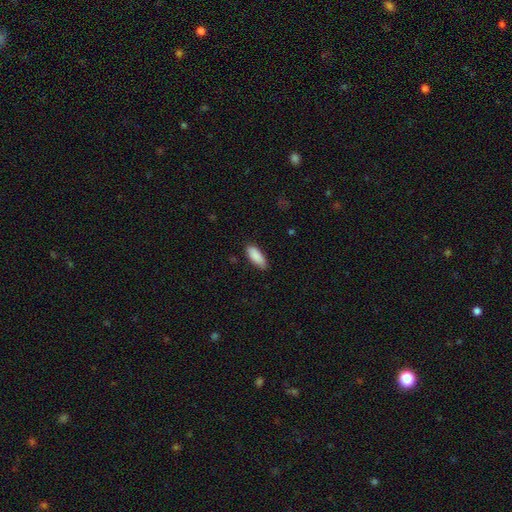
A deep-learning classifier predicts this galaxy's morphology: Smooth or featured? Predicted: smooth (p=0.90). How rounded? Predicted: in between (p=0.76). Merging? Predicted: none (p=0.82).